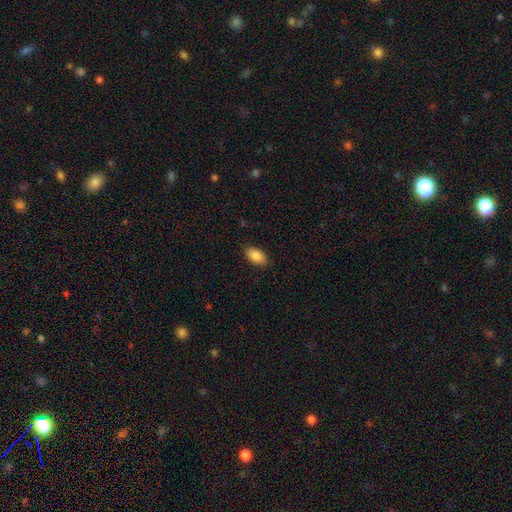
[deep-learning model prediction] This is clearly a smooth galaxy (89%). How rounded: clearly in between (94%). Merging: clearly none (88%).